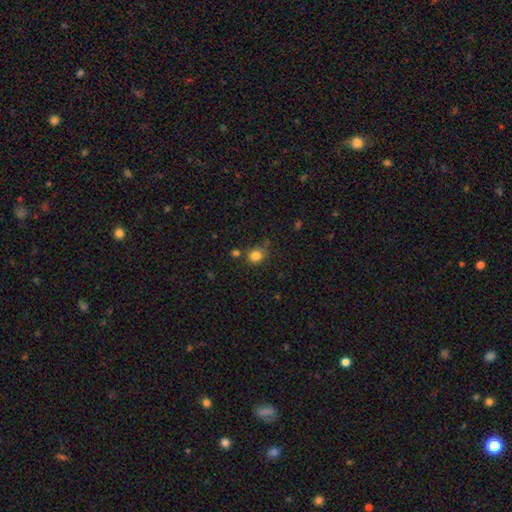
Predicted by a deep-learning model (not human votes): Smooth or featured? Predicted: smooth (p=0.83). How rounded? Predicted: round (p=0.74). Merging? Predicted: none (p=0.70).